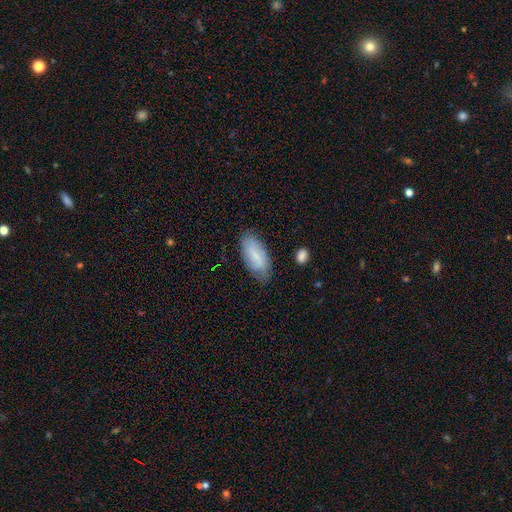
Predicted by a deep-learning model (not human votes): smooth 67%, featured or disk 26%, star or artifact 7%. Down the decision tree: how rounded — in between (85%); merging — none (74%).